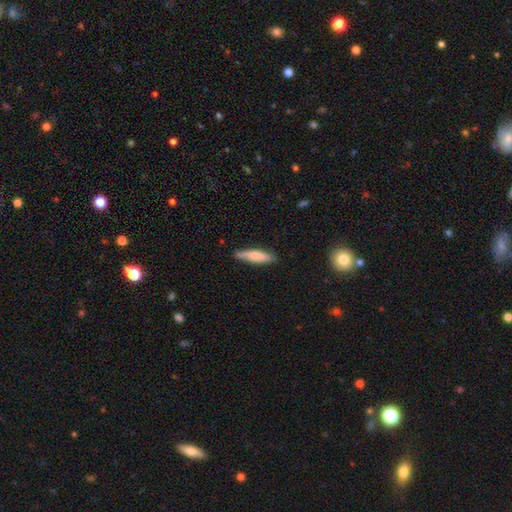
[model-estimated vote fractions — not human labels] Overall: smooth (73%). How rounded: cigar-shaped (78%). Merging: none (80%).